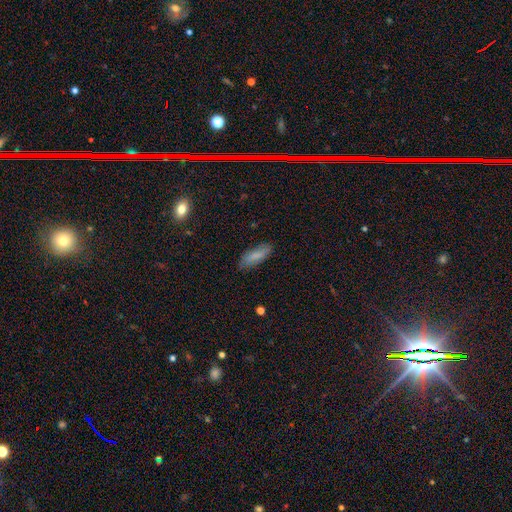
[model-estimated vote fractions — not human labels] Overall: smooth (81%). How rounded: in between (63%; cigar-shaped 35%). Merging: none (81%).